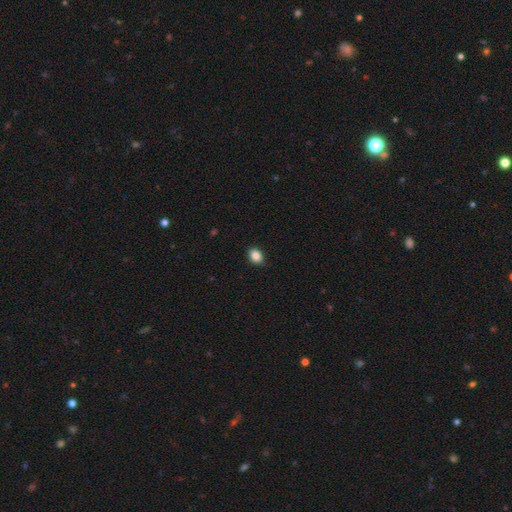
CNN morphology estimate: smooth-or-featured: smooth: 86% | star or artifact: 9% | featured or disk: 4%
  how-rounded: in between: 66% | round: 33% | cigar-shaped: 1%
  merging: none: 85% | minor disturbance: 12% | major disturbance: 2% | merger: 1%